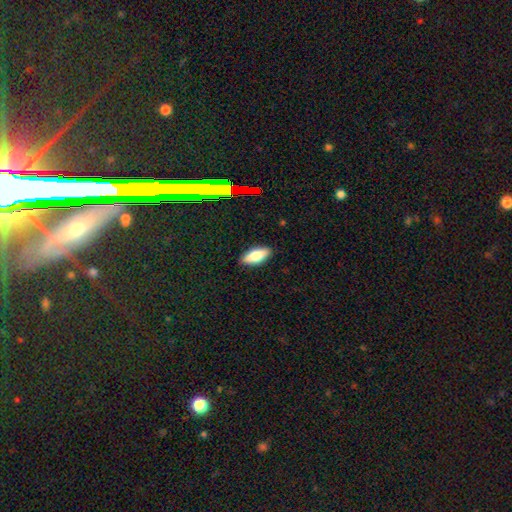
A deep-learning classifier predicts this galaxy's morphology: Smooth or featured: smooth — 77% (featured or disk — 15%)
How rounded: in between — 83% (cigar-shaped — 15%)
Merging: none — 89% (minor disturbance — 9%)